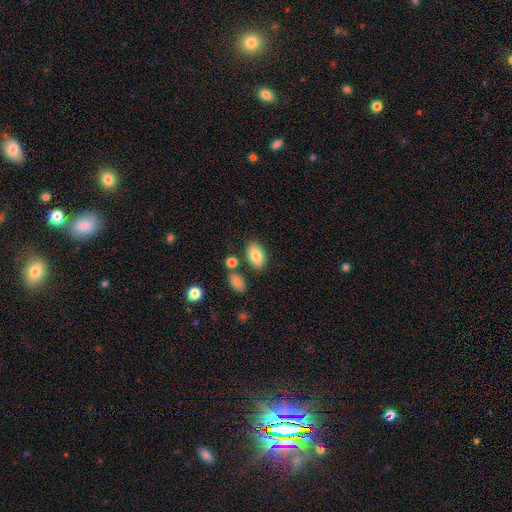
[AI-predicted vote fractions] Morphology: type=smooth (82%); roundness=in between (92%); merging=none (78%).